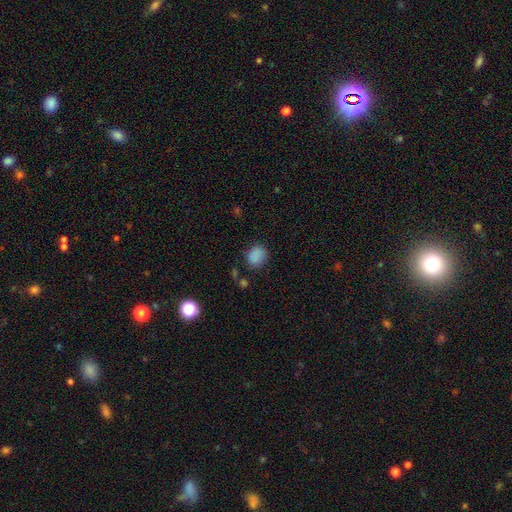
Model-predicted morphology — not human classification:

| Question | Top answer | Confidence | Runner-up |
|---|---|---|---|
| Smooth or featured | smooth | 85% | star or artifact (11%) |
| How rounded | round | 58% | in between (41%) |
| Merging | none | 78% | minor disturbance (15%) |